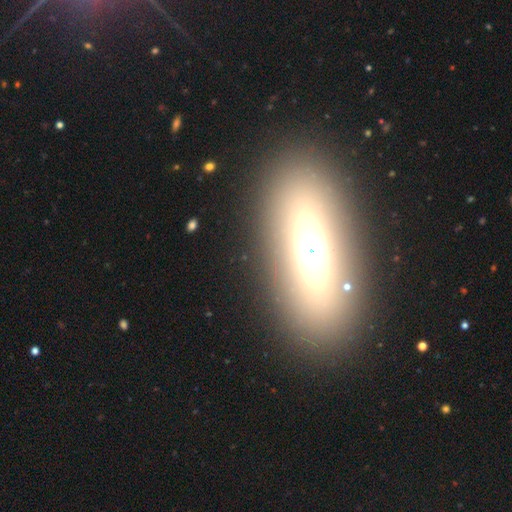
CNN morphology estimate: This is possibly a smooth galaxy (54%). How rounded: likely in between (68%). Merging: clearly none (86%).